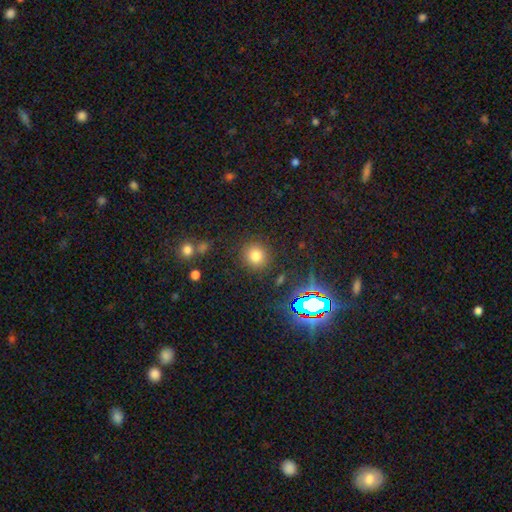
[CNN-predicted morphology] Smooth or featured? Predicted: smooth (p=0.75). How rounded? Predicted: round (p=0.88). Merging? Predicted: none (p=0.87).